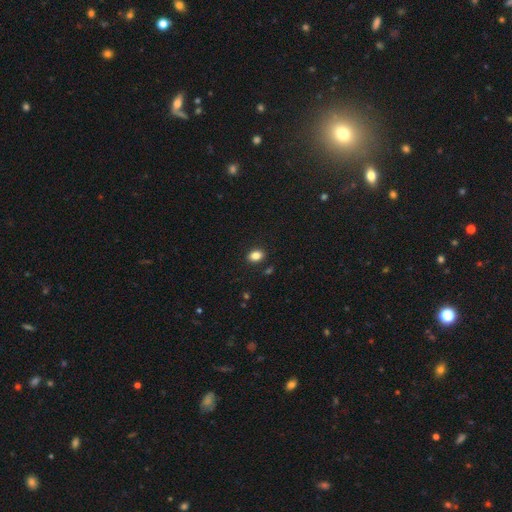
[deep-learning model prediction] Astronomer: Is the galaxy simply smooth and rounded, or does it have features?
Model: smooth — 85%.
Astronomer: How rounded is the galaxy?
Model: in between — 75%.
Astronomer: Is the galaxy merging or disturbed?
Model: none — 88%.